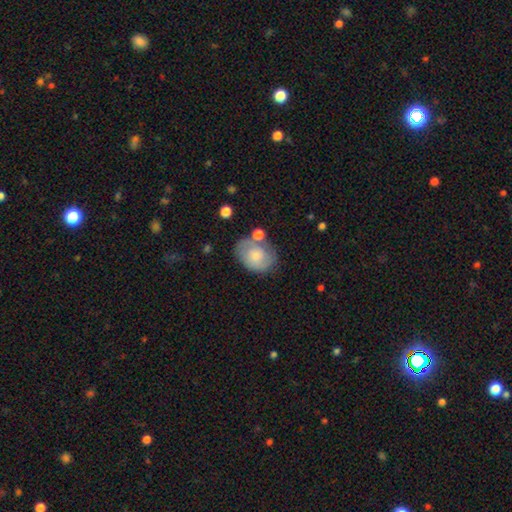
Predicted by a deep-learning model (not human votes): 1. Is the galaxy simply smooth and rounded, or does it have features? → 54% smooth, 38% featured or disk, 7% star or artifact.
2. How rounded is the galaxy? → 64% in between, 35% round, 1% cigar-shaped.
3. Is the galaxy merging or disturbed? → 55% none, 23% minor disturbance, 13% merger, 9% major disturbance.